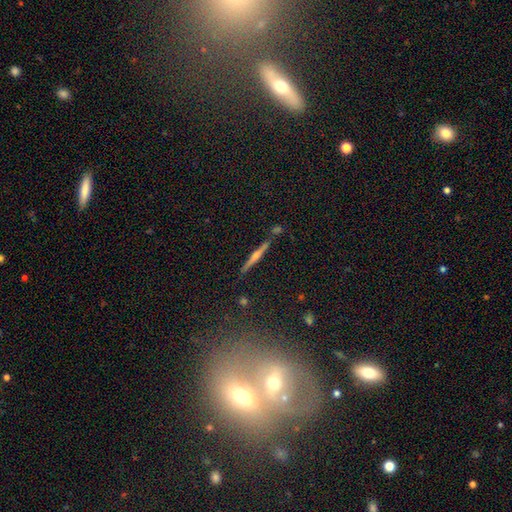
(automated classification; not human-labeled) This is likely a featured or disk galaxy (64%). It is clearly viewed edge-on (97%). Edge-on bulge: likely rounded (67%). Merging: clearly none (83%).